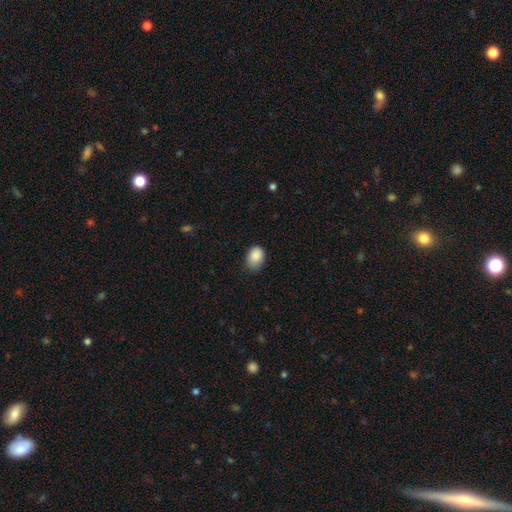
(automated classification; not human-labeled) Smooth or featured: smooth — 88% (star or artifact — 8%)
How rounded: in between — 73% (round — 26%)
Merging: none — 63% (minor disturbance — 31%)